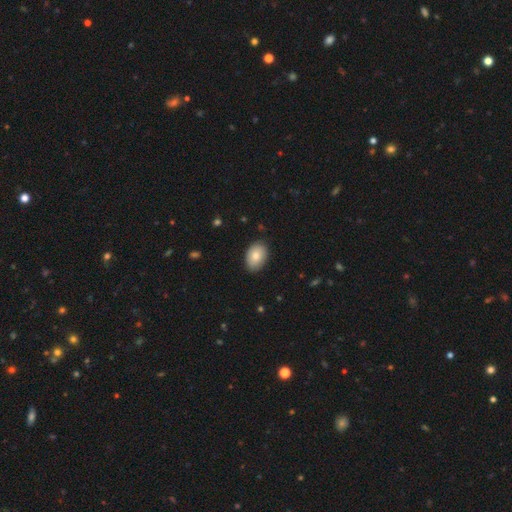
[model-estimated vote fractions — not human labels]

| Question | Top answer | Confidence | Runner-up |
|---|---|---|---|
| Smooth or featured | smooth | 80% | featured or disk (13%) |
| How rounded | in between | 86% | round (13%) |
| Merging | none | 84% | minor disturbance (13%) |